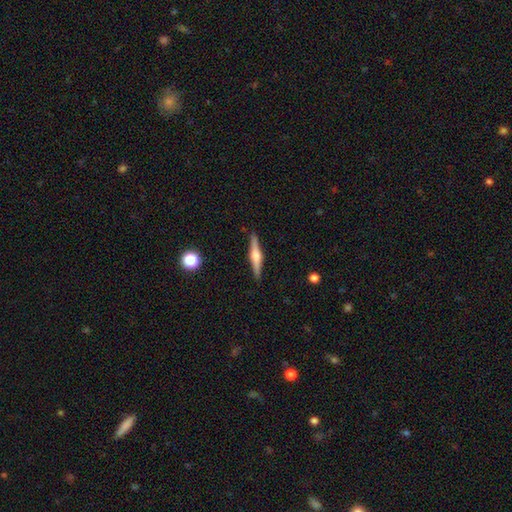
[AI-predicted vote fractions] A featured or disk galaxy (70%) viewed edge-on (98%) with a rounded central bulge (86%).

Vote fractions:
- Smooth or featured? featured or disk: 70% / smooth: 24% / star or artifact: 6%
- Edge-on disk? yes: 98% / no: 2%
- Edge-on bulge? rounded: 86% / boxy: 10% / none: 4%
- Merging? none: 91% / minor disturbance: 7% / major disturbance: 2% / merger: 1%